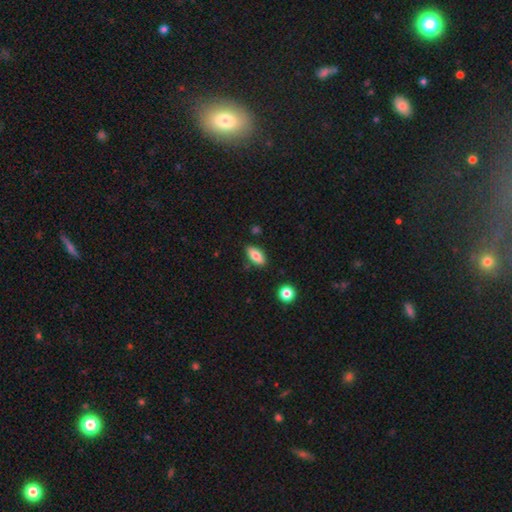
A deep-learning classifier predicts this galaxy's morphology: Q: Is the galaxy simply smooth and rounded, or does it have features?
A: smooth — 80%.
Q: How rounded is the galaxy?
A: in between — 83%.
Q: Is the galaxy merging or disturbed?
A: none — 83%.